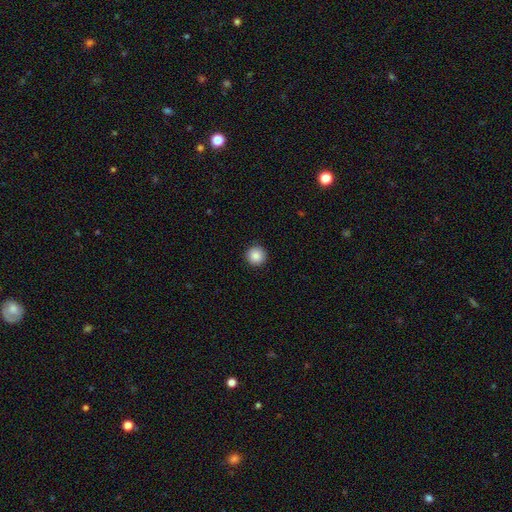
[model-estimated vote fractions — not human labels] Morphology: type=smooth (88%); roundness=round (96%); merging=none (93%).